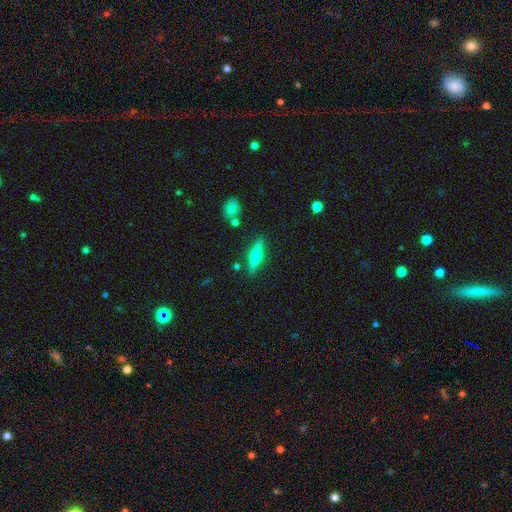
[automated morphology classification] A featured or disk galaxy (60%) viewed edge-on (96%) with a rounded central bulge (92%). Merging: none (86%).